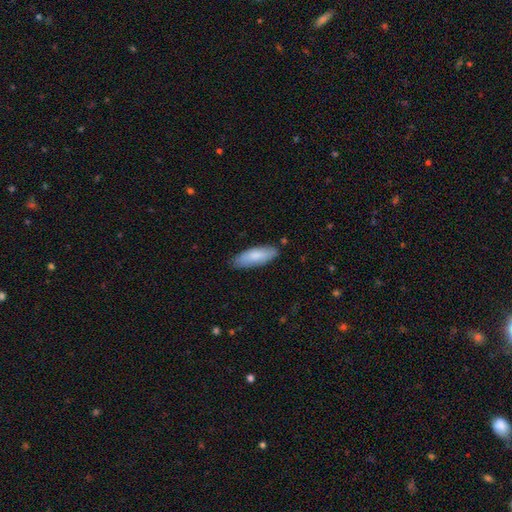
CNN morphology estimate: A smooth galaxy with no disk features (80%) that is in between round and cigar-shaped (65%).

Vote fractions:
- Smooth or featured? smooth: 80% / featured or disk: 14% / star or artifact: 5%
- How rounded? in between: 65% / cigar-shaped: 34% / round: 2%
- Merging? none: 82% / minor disturbance: 14% / major disturbance: 2% / merger: 1%